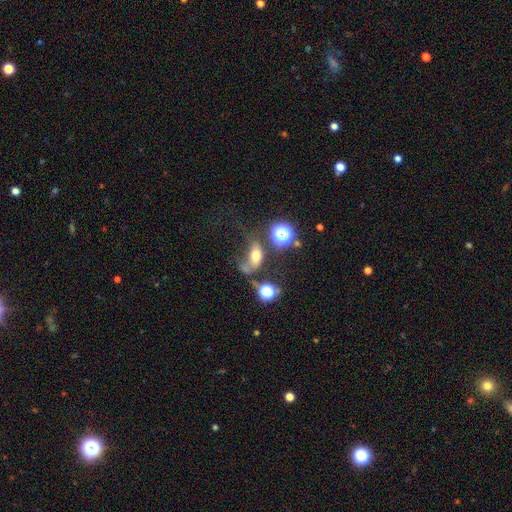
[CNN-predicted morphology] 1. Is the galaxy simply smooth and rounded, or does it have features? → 59% smooth, 21% featured or disk, 20% star or artifact.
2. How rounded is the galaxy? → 74% in between, 20% round, 6% cigar-shaped.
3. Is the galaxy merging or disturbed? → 31% none, 30% major disturbance, 20% merger, 19% minor disturbance.